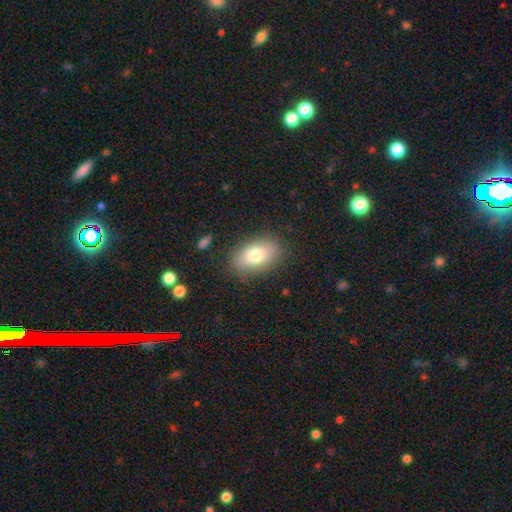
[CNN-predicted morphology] Smooth or featured? Predicted: smooth (p=0.76). How rounded? Predicted: in between (p=0.89). Merging? Predicted: none (p=0.81).